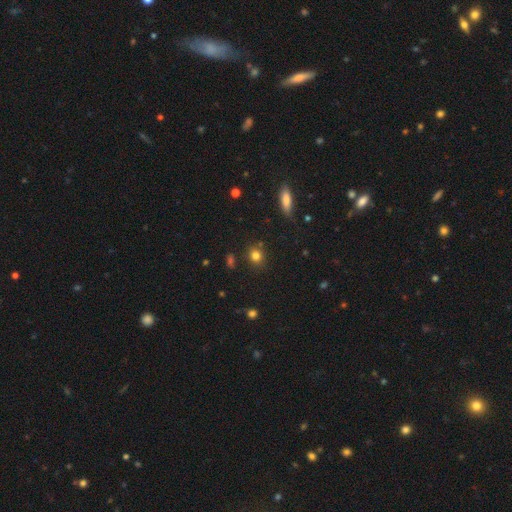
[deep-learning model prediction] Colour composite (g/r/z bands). It shows a smooth galaxy with no disk features (80%) that is round (75%). Merging: none (84%).